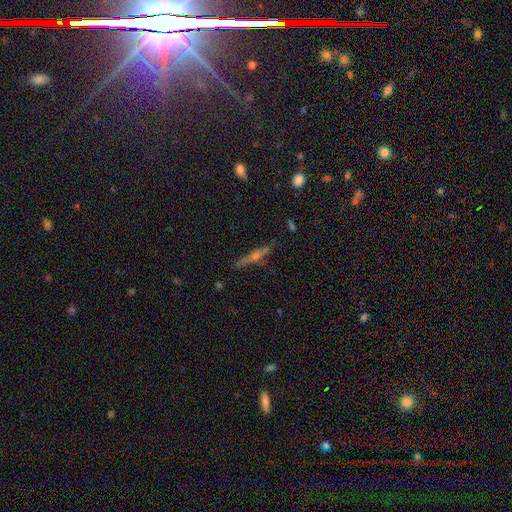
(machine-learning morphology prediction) Smooth or featured: featured or disk — 61% (smooth — 23%)
Edge-on disk: yes — 95% (no — 5%)
Edge-on bulge: rounded — 74% (none — 14%)
Merging: none — 85% (minor disturbance — 11%)